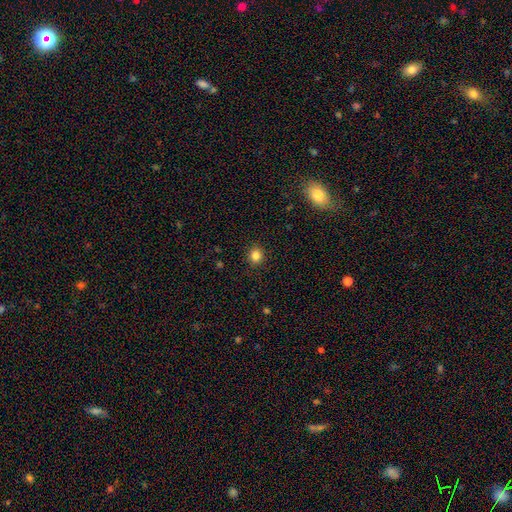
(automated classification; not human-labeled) A smooth galaxy with no disk features (83%) that is round (89%). Merging: none (92%).